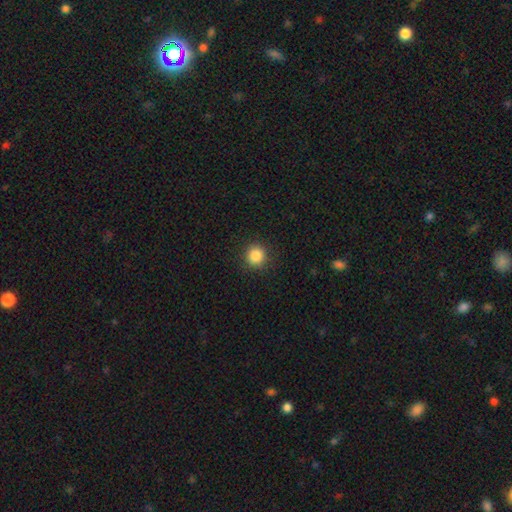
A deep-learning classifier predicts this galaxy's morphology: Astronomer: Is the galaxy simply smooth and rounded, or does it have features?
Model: smooth — 86%.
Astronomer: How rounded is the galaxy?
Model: round — 91%.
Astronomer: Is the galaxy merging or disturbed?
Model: none — 91%.